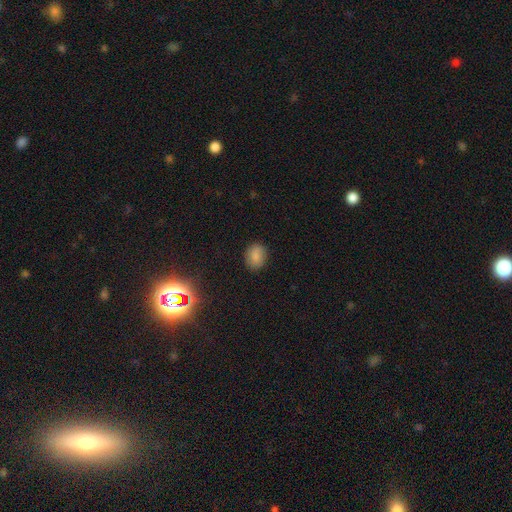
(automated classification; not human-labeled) Smooth or featured? smooth (82%)
How rounded? round (54%)
Merging? none (85%)